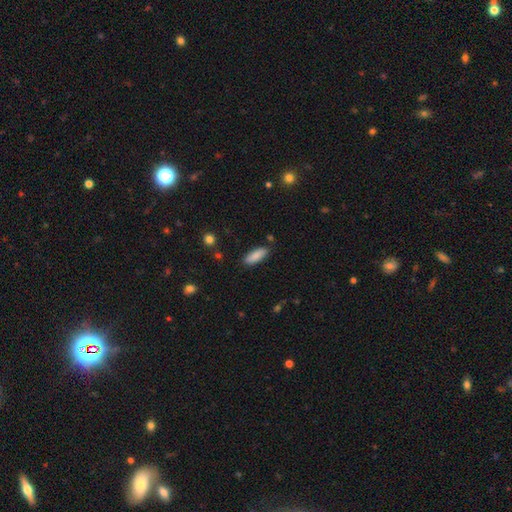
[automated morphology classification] Smooth or featured? smooth (87%)
How rounded? in between (68%)
Merging? none (85%)